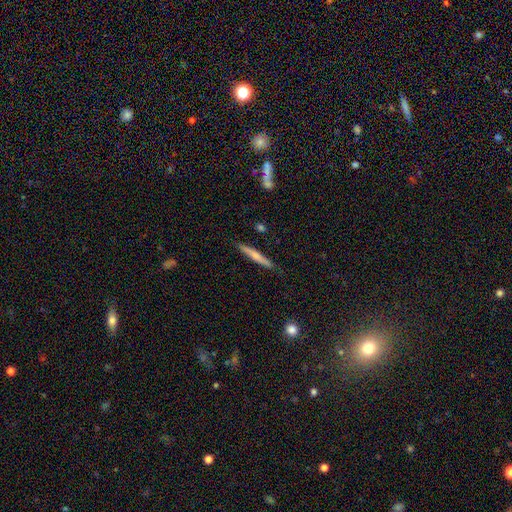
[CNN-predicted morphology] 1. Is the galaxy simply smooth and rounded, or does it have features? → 55% smooth, 39% featured or disk, 6% star or artifact.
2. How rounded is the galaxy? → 95% cigar-shaped, 4% in between, 2% round.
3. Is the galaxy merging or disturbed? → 87% none, 9% minor disturbance, 2% major disturbance, 2% merger.